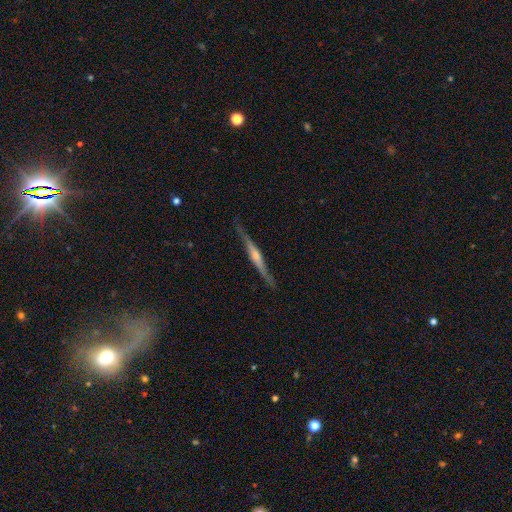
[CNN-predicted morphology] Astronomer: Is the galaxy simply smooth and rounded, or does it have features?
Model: featured or disk — 72%.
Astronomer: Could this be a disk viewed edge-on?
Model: yes — 97%.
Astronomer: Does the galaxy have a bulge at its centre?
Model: rounded — 64%.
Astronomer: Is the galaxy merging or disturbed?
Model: none — 82%.